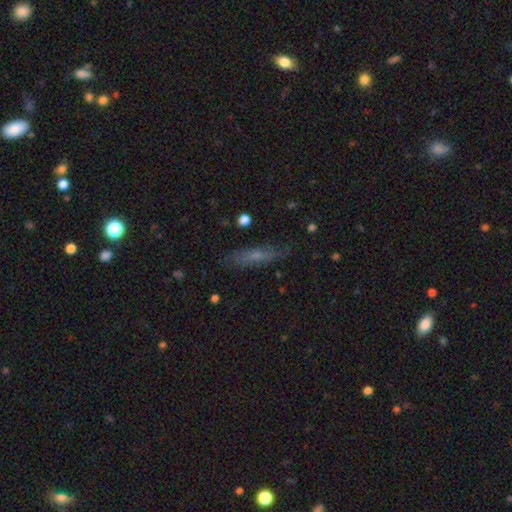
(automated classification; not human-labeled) This appears to be a smooth galaxy with no disk features (48%). Merging: none (78%).